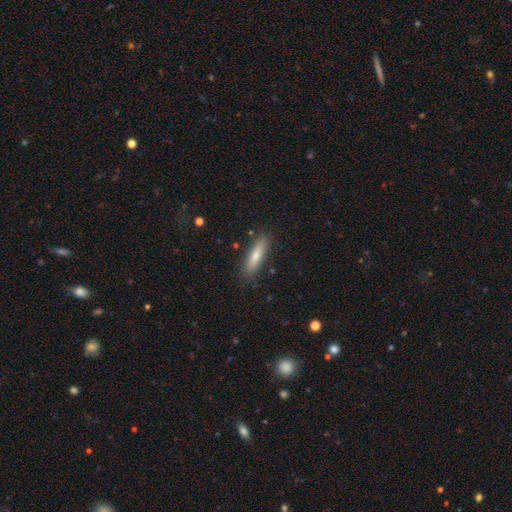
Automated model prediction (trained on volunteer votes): A smooth galaxy with no disk features (71%) that is cigar-shaped (74%).

Vote fractions:
- Smooth or featured? smooth: 71% / featured or disk: 21% / star or artifact: 7%
- How rounded? cigar-shaped: 74% / in between: 24% / round: 2%
- Merging? none: 87% / minor disturbance: 9% / major disturbance: 2% / merger: 1%